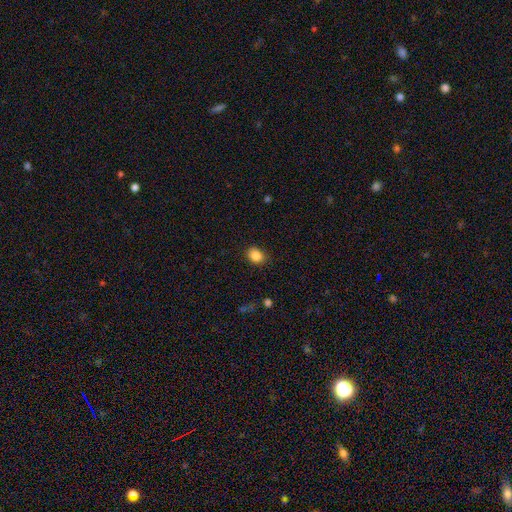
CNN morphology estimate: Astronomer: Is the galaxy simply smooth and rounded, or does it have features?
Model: smooth — 86%.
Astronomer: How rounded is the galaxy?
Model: in between — 53% (runner-up: round, 46%).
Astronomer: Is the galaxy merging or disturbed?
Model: none — 85%.